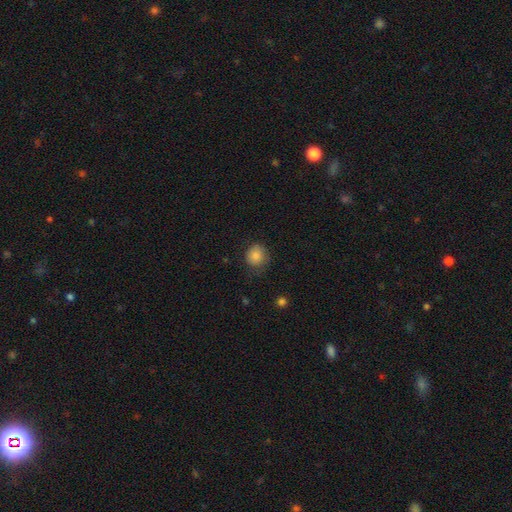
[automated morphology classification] Smooth or featured?
  - smooth: 83% *
  - star or artifact: 10%
  - featured or disk: 7%
How rounded?
  - round: 81% *
  - in between: 18%
  - cigar-shaped: 1%
Merging?
  - none: 70% *
  - minor disturbance: 22%
  - major disturbance: 6%
  - merger: 1%